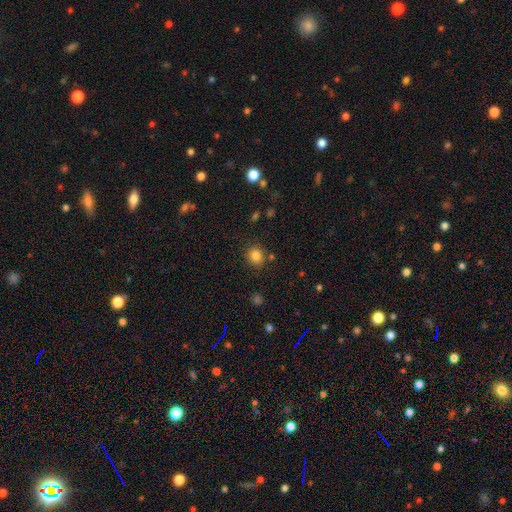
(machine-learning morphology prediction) smooth-or-featured: smooth: 83% | star or artifact: 12% | featured or disk: 5%
  how-rounded: round: 85% | in between: 14% | cigar-shaped: 1%
  merging: none: 84% | minor disturbance: 9% | merger: 4% | major disturbance: 3%